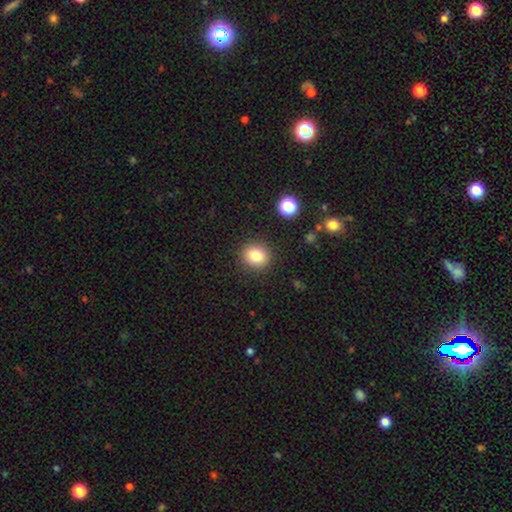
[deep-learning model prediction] The model was most divided on "how rounded": round: 80%, in between: 19%, cigar-shaped: 1%. More confident: merging — none (89%); smooth or featured — smooth (82%).